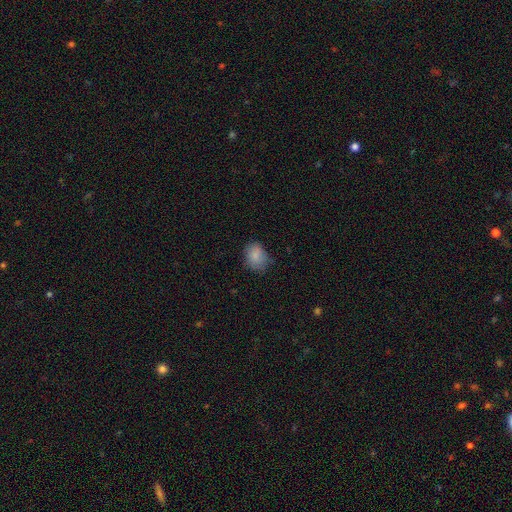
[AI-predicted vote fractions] Smooth or featured?
  - smooth: 85% *
  - star or artifact: 9%
  - featured or disk: 6%
How rounded?
  - in between: 59% *
  - round: 40%
  - cigar-shaped: 1%
Merging?
  - none: 66% *
  - minor disturbance: 26%
  - major disturbance: 7%
  - merger: 1%